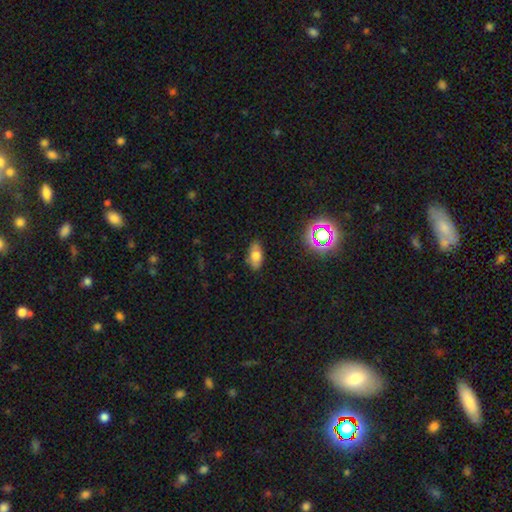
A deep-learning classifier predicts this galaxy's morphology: Smooth or featured? Predicted: smooth (p=0.72). How rounded? Predicted: in between (p=0.89). Merging? Predicted: none (p=0.83).